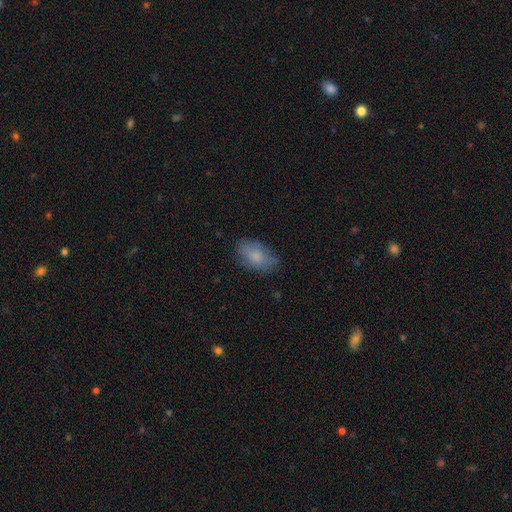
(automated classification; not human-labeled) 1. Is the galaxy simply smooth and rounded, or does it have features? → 79% smooth, 14% featured or disk, 7% star or artifact.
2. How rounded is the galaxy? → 92% in between, 6% round, 2% cigar-shaped.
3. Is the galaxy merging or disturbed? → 74% none, 20% minor disturbance, 5% major disturbance, 1% merger.